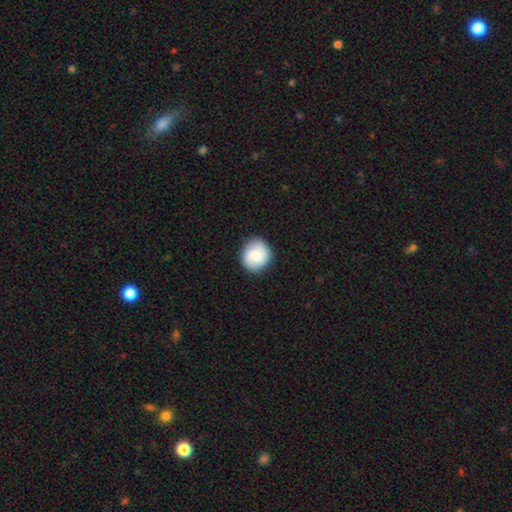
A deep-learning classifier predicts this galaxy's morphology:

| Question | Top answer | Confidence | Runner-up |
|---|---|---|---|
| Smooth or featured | smooth | 76% | featured or disk (17%) |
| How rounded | round | 88% | in between (11%) |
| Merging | none | 86% | minor disturbance (10%) |